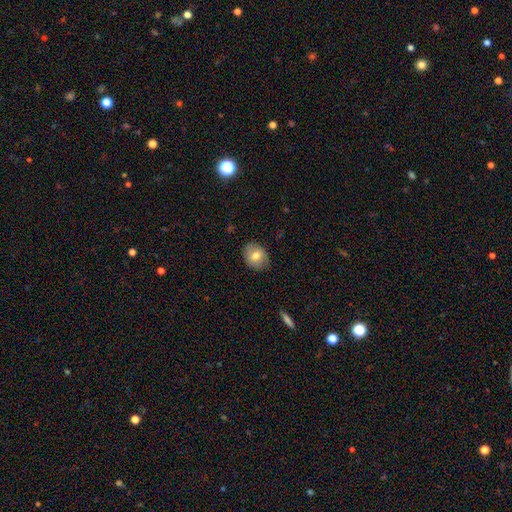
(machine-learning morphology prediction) The model was most divided on "how rounded": round: 51%, in between: 48%, cigar-shaped: 1%. More confident: merging — none (81%); smooth or featured — smooth (73%).